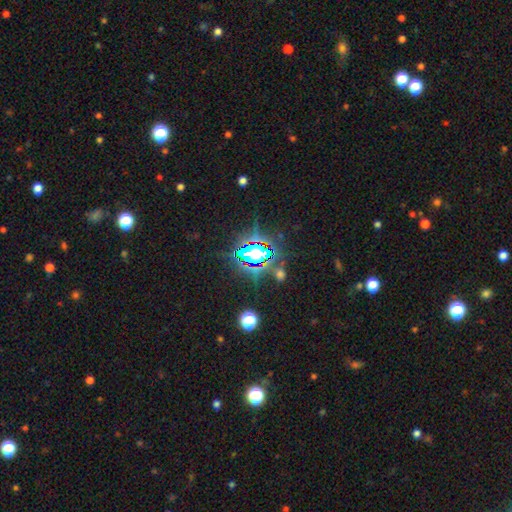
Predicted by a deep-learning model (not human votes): Smooth or featured: star or artifact — 79% (smooth — 13%)